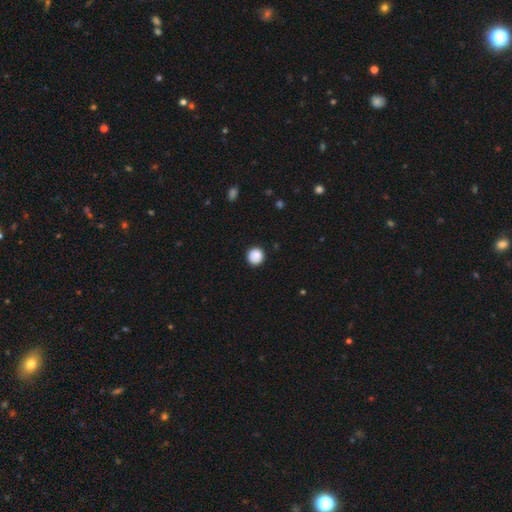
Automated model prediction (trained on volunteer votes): Smooth or featured? Predicted: smooth (p=0.87). How rounded? Predicted: round (p=0.95). Merging? Predicted: none (p=0.89).